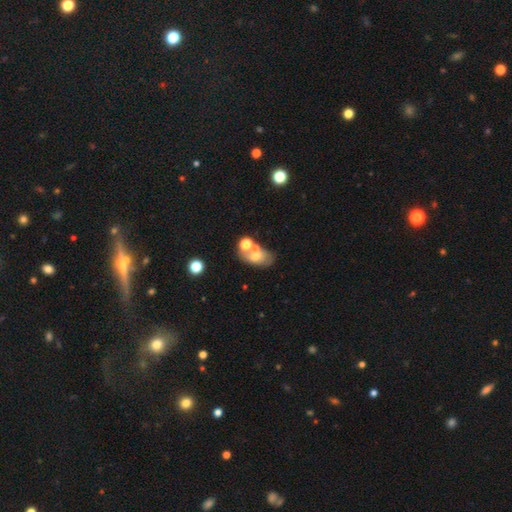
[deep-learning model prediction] Smooth or featured? Predicted: smooth (p=0.52). How rounded? Predicted: in between (p=0.79). Merging? Predicted: none (p=0.40).